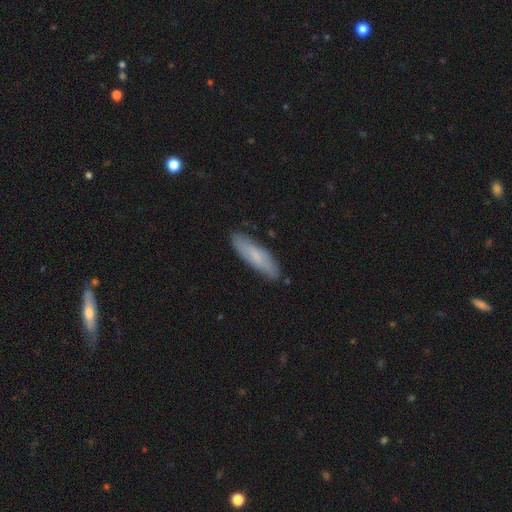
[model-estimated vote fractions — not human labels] This appears to be a smooth galaxy with no disk features (70%) that is cigar-shaped (63%). Merging: none (85%).